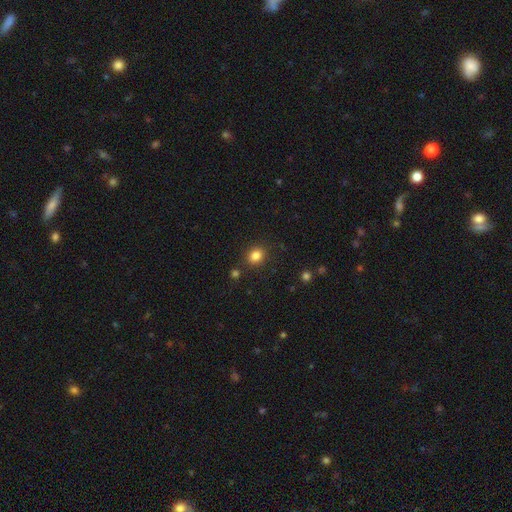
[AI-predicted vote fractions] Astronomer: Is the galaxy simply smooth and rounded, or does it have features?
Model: smooth — 83%.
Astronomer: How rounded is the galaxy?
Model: round — 63%.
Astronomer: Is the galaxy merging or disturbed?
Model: none — 85%.